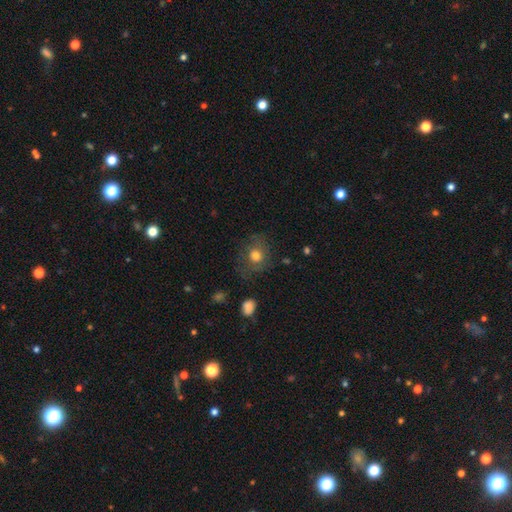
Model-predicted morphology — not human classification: Smooth or featured? smooth (69%)
How rounded? round (76%)
Merging? none (68%)